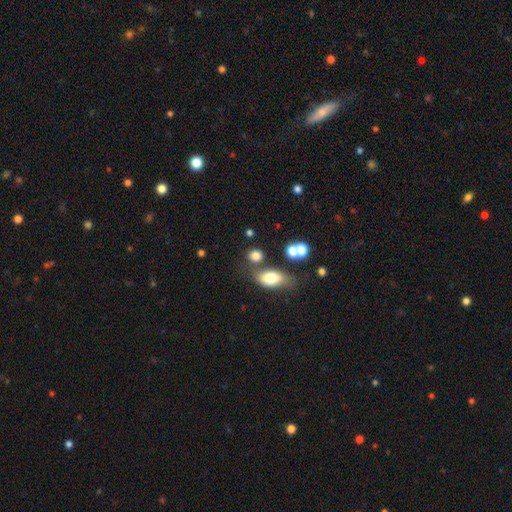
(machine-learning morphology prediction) Smooth or featured? Predicted: smooth (p=0.78). How rounded? Predicted: round (p=0.58). Merging? Predicted: none (p=0.62).